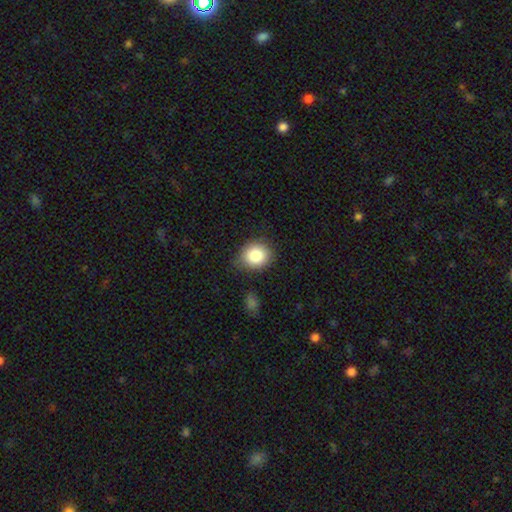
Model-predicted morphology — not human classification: type=smooth (84%); roundness=round (71%); merging=none (78%).